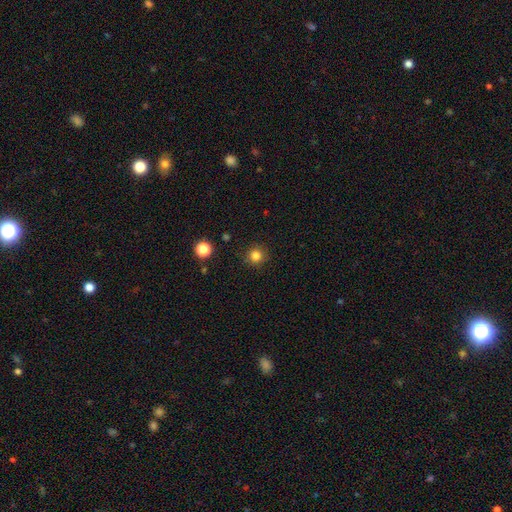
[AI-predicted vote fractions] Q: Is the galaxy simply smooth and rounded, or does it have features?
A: smooth — 82%.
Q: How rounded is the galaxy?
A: round — 95%.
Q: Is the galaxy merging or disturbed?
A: none — 90%.